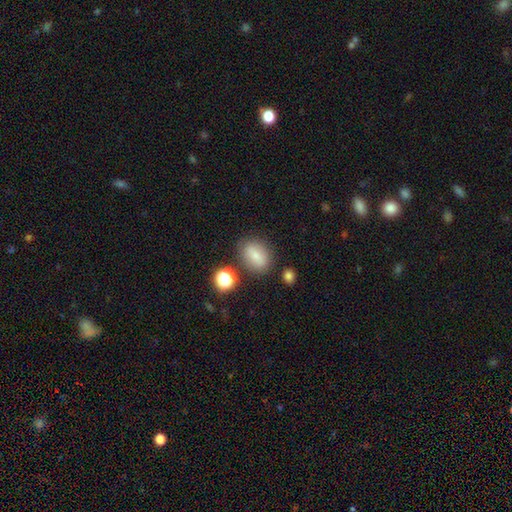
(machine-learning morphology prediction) smooth_or_featured: smooth (p=0.76) [alt: featured or disk p=0.13]
how_rounded: in between (p=0.70) [alt: round p=0.27]
merging: none (p=0.76) [alt: minor disturbance p=0.14]